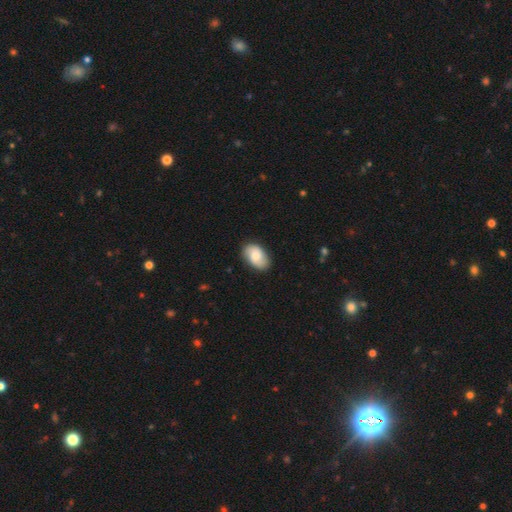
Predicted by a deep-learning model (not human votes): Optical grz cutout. It shows a smooth galaxy with no disk features (64%) that is in between round and cigar-shaped (91%). Merging: none (83%).